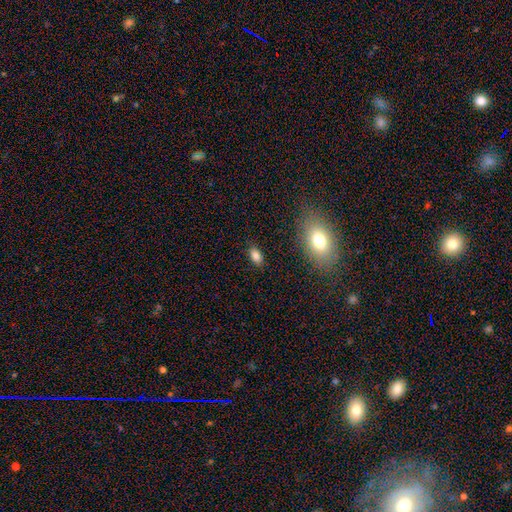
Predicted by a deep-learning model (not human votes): Morphology: type=smooth (83%); roundness=in between (89%); merging=none (85%).